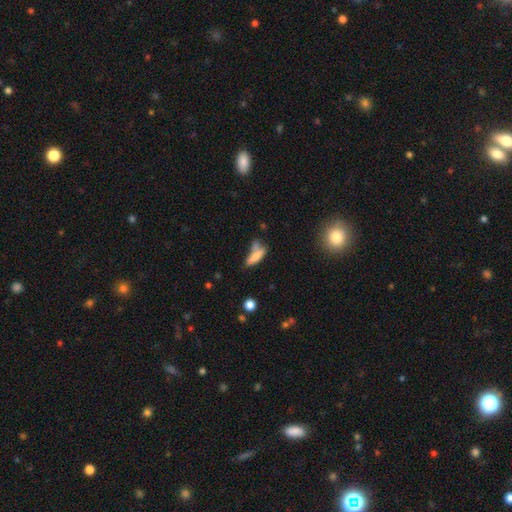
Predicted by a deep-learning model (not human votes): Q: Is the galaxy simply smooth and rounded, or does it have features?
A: smooth — 65%.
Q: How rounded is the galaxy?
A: in between — 50%.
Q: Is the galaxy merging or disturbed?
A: none — 34%.